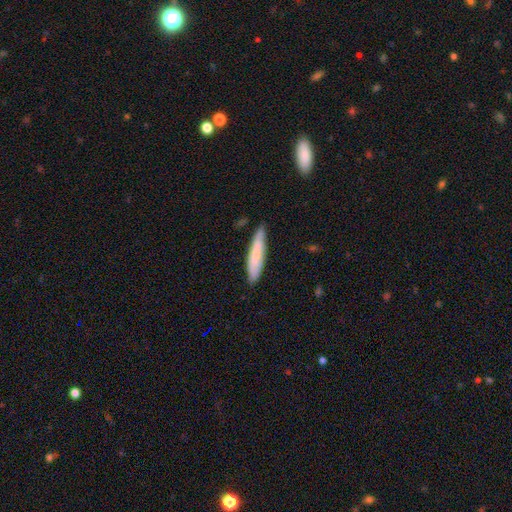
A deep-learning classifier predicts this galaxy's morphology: This appears to be a smooth galaxy with no disk features (68%) that is cigar-shaped (83%). Merging: none (80%).